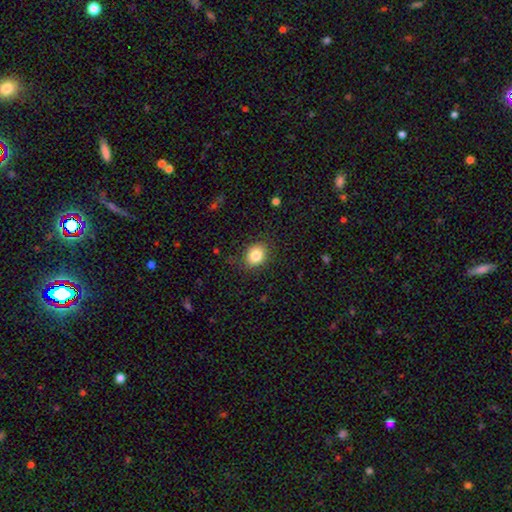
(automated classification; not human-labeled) A smooth galaxy with no disk features (84%) that is round (59%).

Vote fractions:
- Smooth or featured? smooth: 84% / star or artifact: 10% / featured or disk: 6%
- How rounded? round: 59% / in between: 40% / cigar-shaped: 1%
- Merging? none: 83% / minor disturbance: 13% / major disturbance: 4% / merger: 1%